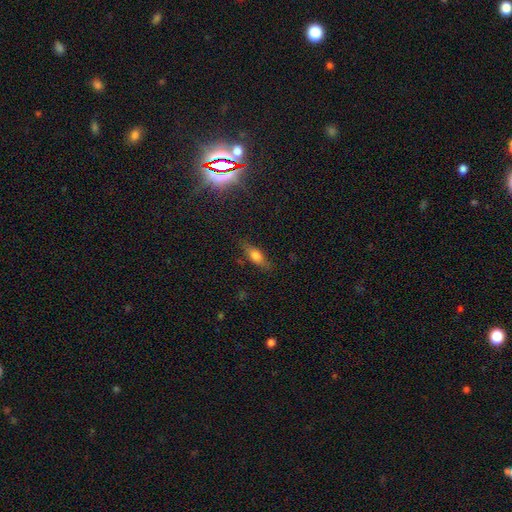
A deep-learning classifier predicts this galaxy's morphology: This is likely a smooth galaxy (65%). How rounded: likely in between (64%). Merging: likely none (78%).